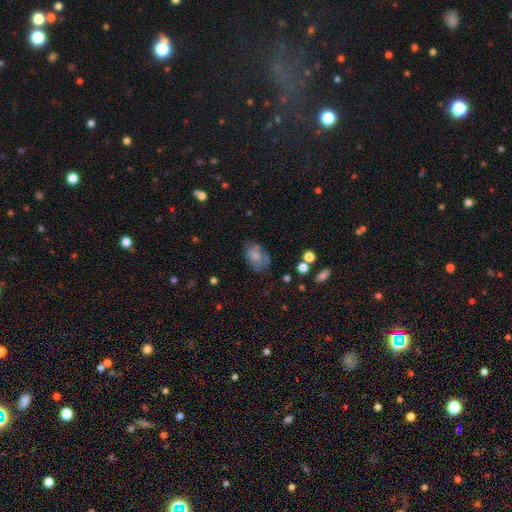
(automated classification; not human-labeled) Morphology: type=smooth (67%); roundness=in between (79%); merging=none (53%).